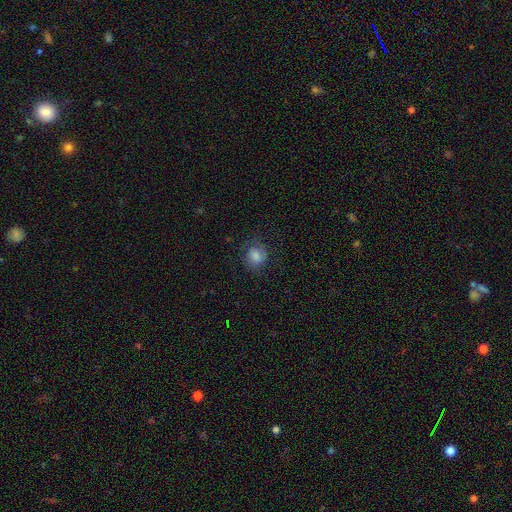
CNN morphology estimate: type=smooth (68%); roundness=round (69%); merging=none (74%).